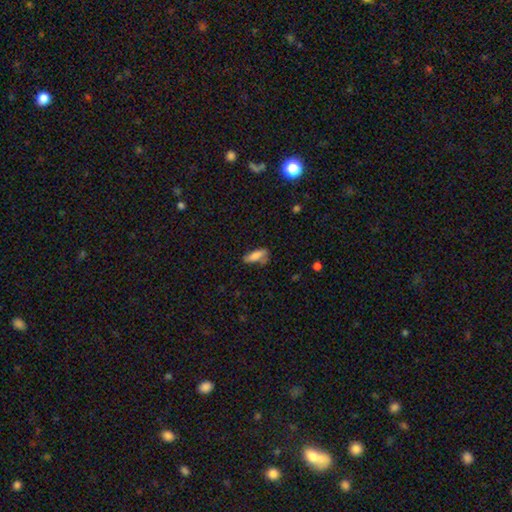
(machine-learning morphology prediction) Smooth or featured: smooth — 80% (featured or disk — 12%)
How rounded: in between — 62% (cigar-shaped — 36%)
Merging: none — 60% (minor disturbance — 25%)